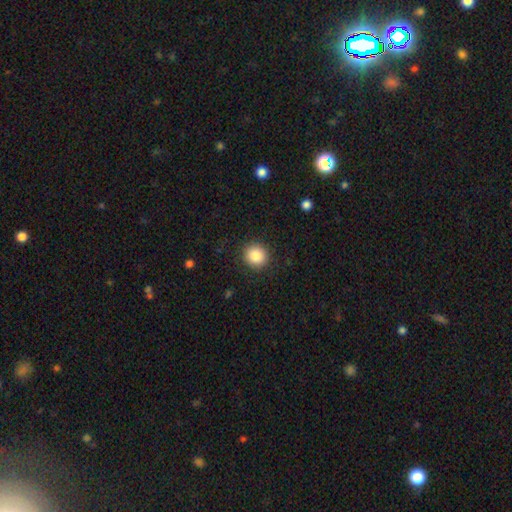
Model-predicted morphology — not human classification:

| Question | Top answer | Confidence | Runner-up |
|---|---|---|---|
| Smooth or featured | smooth | 86% | star or artifact (9%) |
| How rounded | round | 90% | in between (9%) |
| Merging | none | 90% | minor disturbance (6%) |